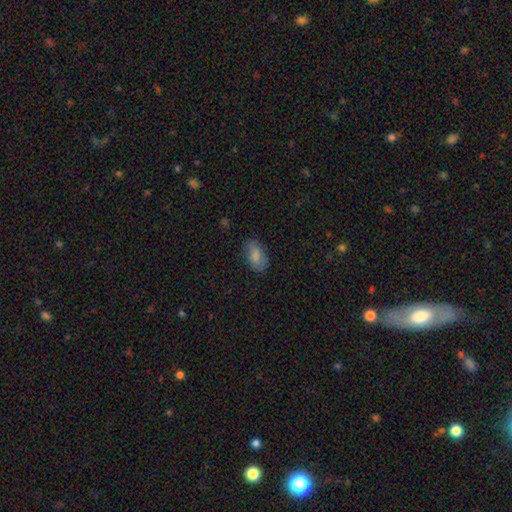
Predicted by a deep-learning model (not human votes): The model was most divided on "merging": none: 71%, minor disturbance: 21%, major disturbance: 6%, merger: 1%. More confident: how rounded — in between (92%); smooth or featured — smooth (77%).